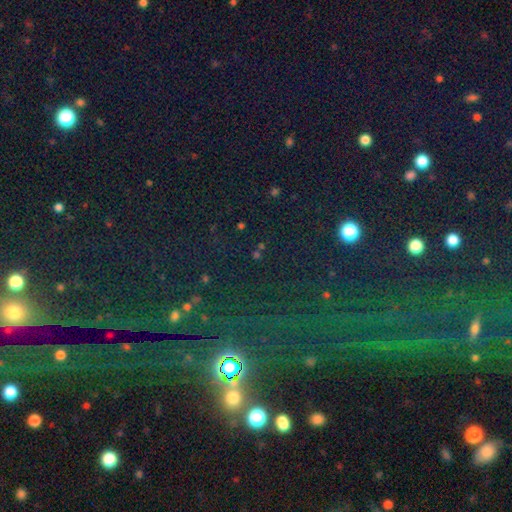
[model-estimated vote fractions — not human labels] Smooth or featured: star or artifact — 76% (smooth — 16%)